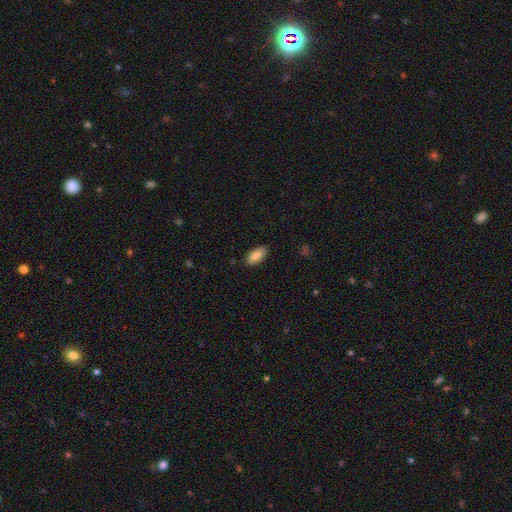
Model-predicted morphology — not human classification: Overall: smooth (83%). How rounded: in between (89%). Merging: none (87%).